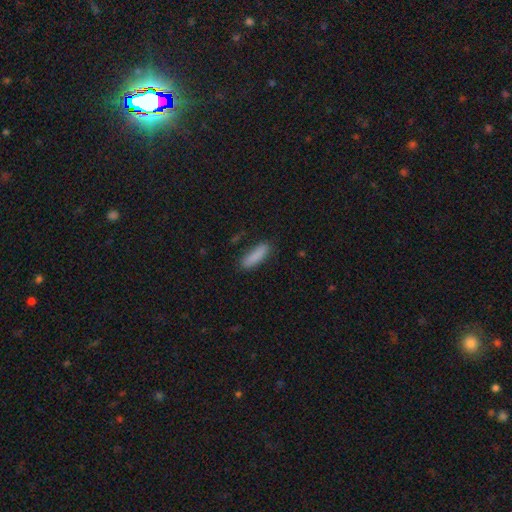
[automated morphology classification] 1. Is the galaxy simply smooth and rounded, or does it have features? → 87% smooth, 7% star or artifact, 6% featured or disk.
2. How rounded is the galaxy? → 64% cigar-shaped, 34% in between, 2% round.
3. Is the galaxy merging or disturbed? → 84% none, 12% minor disturbance, 3% major disturbance, 1% merger.